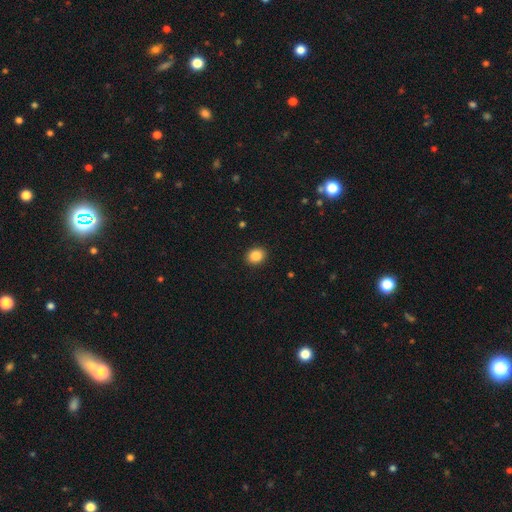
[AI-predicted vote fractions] A smooth galaxy with no disk features (86%) that is round (55%).

Vote fractions:
- Smooth or featured? smooth: 86% / star or artifact: 9% / featured or disk: 4%
- How rounded? round: 55% / in between: 44% / cigar-shaped: 1%
- Merging? none: 91% / minor disturbance: 6% / major disturbance: 2% / merger: 1%